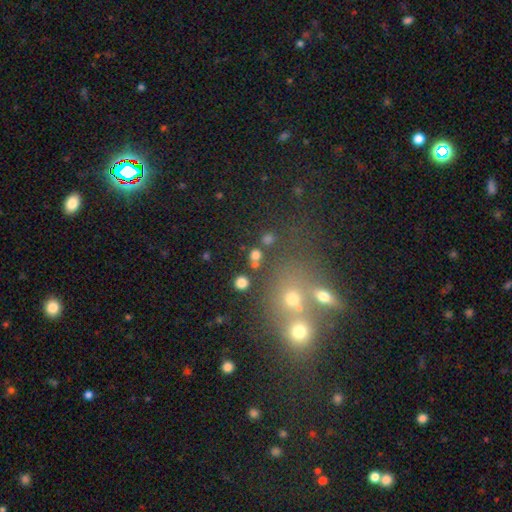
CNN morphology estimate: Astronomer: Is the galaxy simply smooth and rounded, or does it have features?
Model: smooth — 74%.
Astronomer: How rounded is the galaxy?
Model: round — 83%.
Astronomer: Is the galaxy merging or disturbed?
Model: none — 75%.